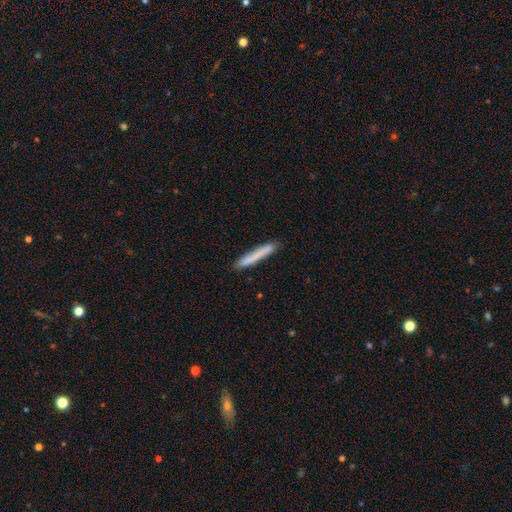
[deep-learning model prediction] Smooth or featured: smooth — 76% (featured or disk — 18%)
How rounded: cigar-shaped — 96% (in between — 3%)
Merging: none — 87% (minor disturbance — 10%)